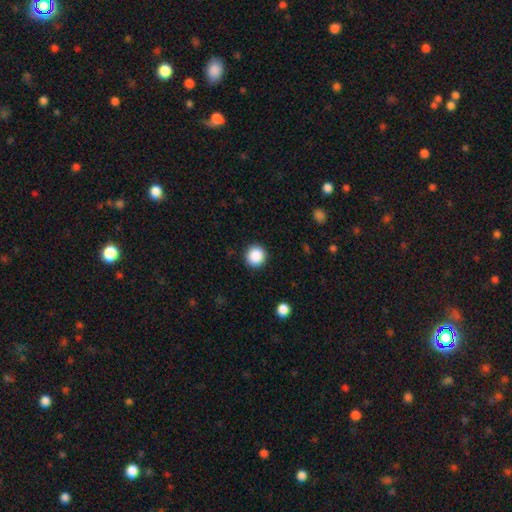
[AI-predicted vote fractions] Smooth or featured? smooth (88%)
How rounded? round (95%)
Merging? none (92%)